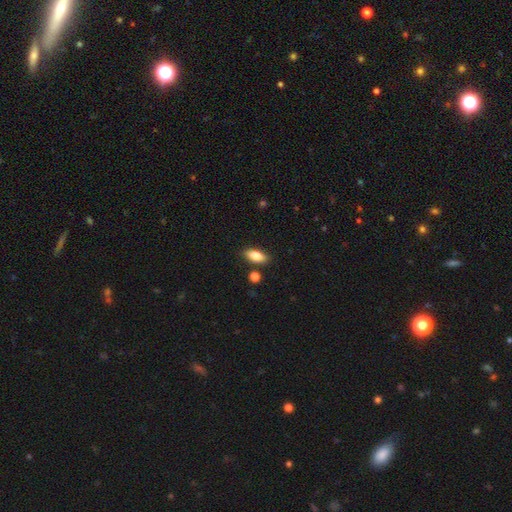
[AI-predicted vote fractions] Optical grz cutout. It shows a smooth galaxy with no disk features (83%) that is in between round and cigar-shaped (84%). Merging: none (82%).